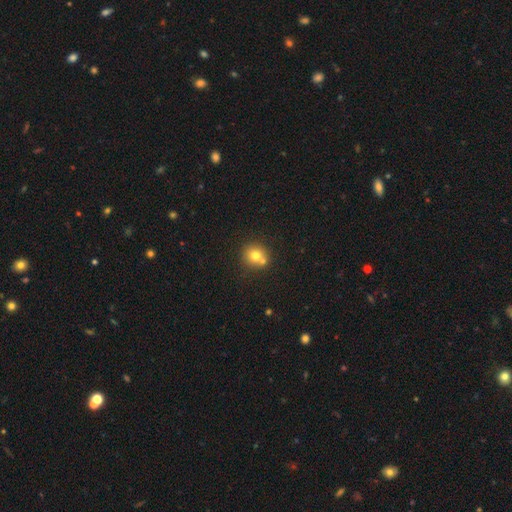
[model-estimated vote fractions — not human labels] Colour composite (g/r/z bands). It shows a smooth galaxy with no disk features (74%) that is round (89%). Merging: none (61%).